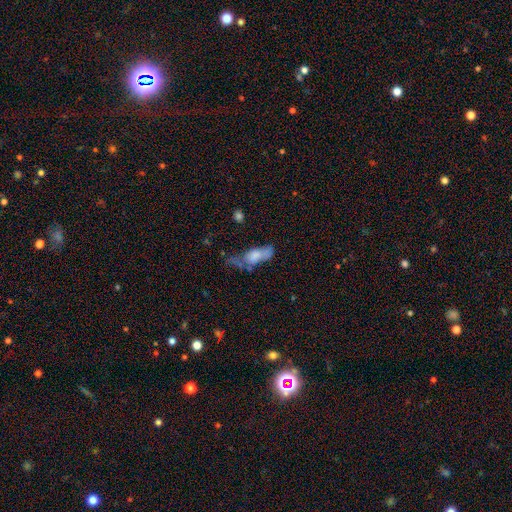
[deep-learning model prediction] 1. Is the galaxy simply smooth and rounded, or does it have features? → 66% smooth, 25% featured or disk, 9% star or artifact.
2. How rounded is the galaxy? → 73% in between, 23% cigar-shaped, 4% round.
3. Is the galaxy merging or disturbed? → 32% major disturbance, 27% minor disturbance, 25% none, 17% merger.